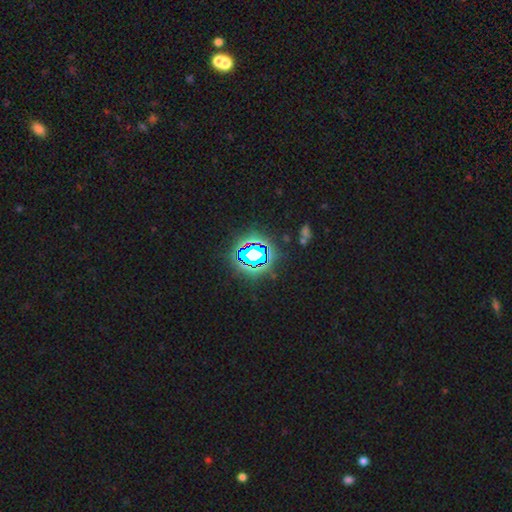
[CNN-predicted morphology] Q: Smooth or featured?
A: star or artifact (74%); runner-up: smooth (14%)